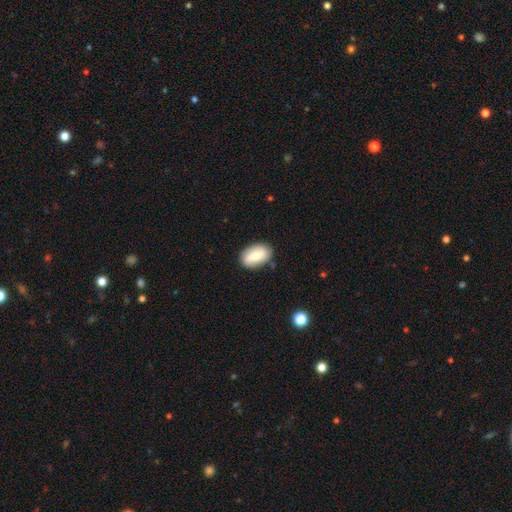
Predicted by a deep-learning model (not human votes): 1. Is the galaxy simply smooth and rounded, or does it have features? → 68% smooth, 25% featured or disk, 7% star or artifact.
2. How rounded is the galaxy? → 89% in between, 10% round, 2% cigar-shaped.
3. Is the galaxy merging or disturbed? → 82% none, 13% minor disturbance, 3% major disturbance, 2% merger.